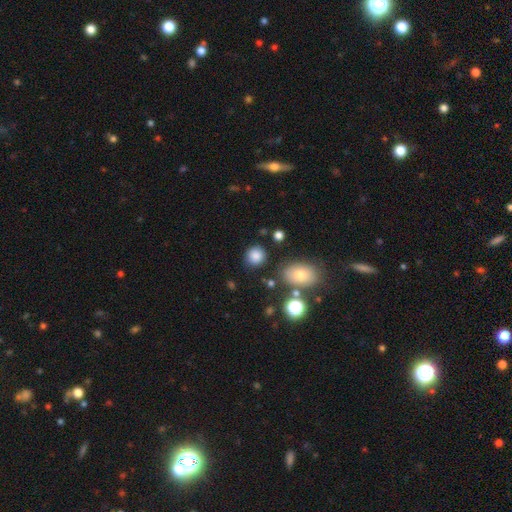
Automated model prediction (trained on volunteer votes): Smooth or featured?
  - smooth: 82% *
  - star or artifact: 12%
  - featured or disk: 6%
How rounded?
  - round: 83% *
  - in between: 16%
  - cigar-shaped: 1%
Merging?
  - none: 82% *
  - minor disturbance: 11%
  - merger: 4%
  - major disturbance: 4%